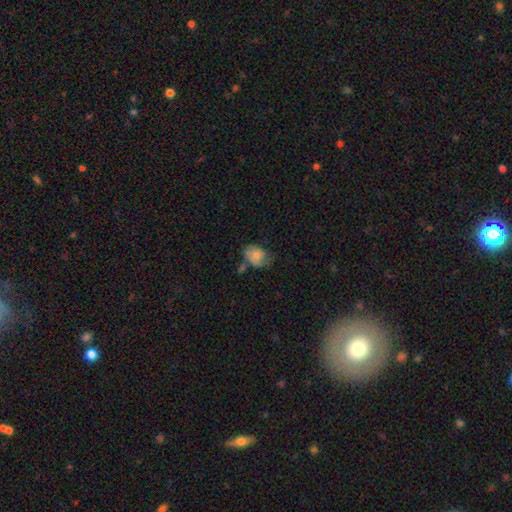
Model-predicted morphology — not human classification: smooth-or-featured: smooth: 70% | featured or disk: 21% | star or artifact: 8%
  how-rounded: in between: 69% | round: 30% | cigar-shaped: 1%
  merging: none: 36% | minor disturbance: 33% | major disturbance: 20% | merger: 11%